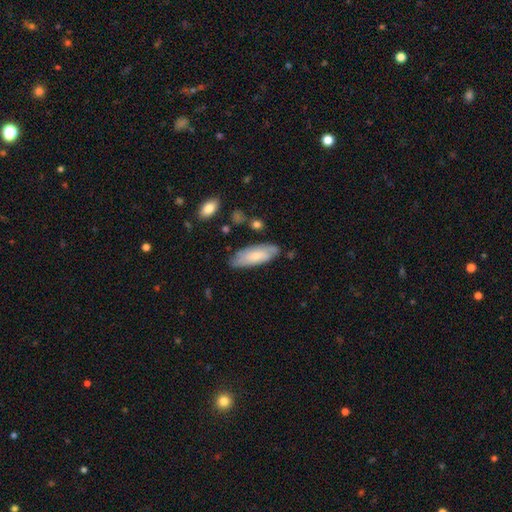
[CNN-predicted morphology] A smooth galaxy with no disk features (62%) that is in between round and cigar-shaped (74%).

Vote fractions:
- Smooth or featured? smooth: 62% / featured or disk: 32% / star or artifact: 6%
- How rounded? in between: 74% / cigar-shaped: 24% / round: 2%
- Merging? none: 72% / minor disturbance: 21% / major disturbance: 4% / merger: 3%